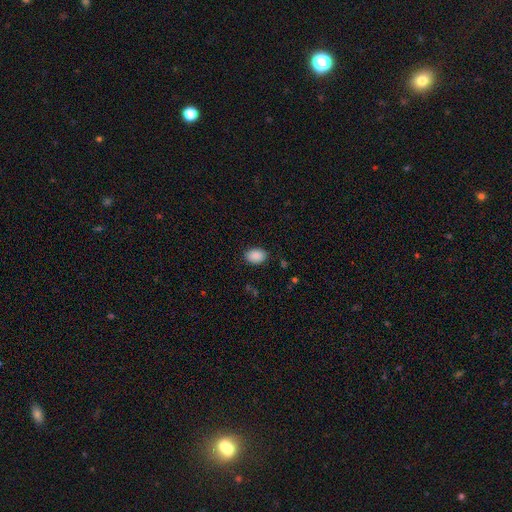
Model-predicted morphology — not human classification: smooth-or-featured: smooth: 90% | star or artifact: 8% | featured or disk: 3%
  how-rounded: in between: 79% | round: 20% | cigar-shaped: 1%
  merging: none: 87% | minor disturbance: 9% | major disturbance: 3% | merger: 1%